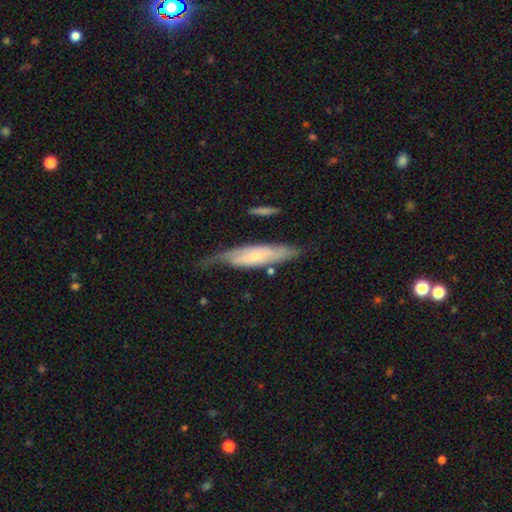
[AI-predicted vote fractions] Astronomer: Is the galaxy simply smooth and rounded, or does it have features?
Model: featured or disk — 57% (runner-up: smooth, 37%).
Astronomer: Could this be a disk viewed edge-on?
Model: no — 62% (runner-up: yes, 38%).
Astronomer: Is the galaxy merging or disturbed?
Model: none — 51% (runner-up: minor disturbance, 31%).